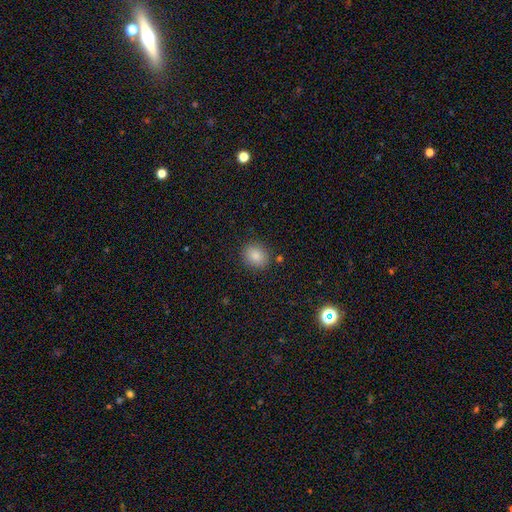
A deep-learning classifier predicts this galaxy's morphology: Smooth or featured? Predicted: smooth (p=0.85). How rounded? Predicted: round (p=0.65). Merging? Predicted: none (p=0.86).